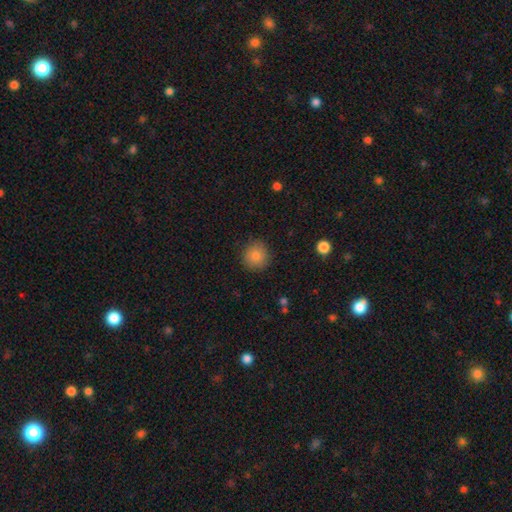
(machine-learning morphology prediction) Q: Smooth or featured?
A: smooth (84%); runner-up: star or artifact (9%)
Q: How rounded?
A: round (92%); runner-up: in between (7%)
Q: Merging?
A: none (87%); runner-up: minor disturbance (9%)